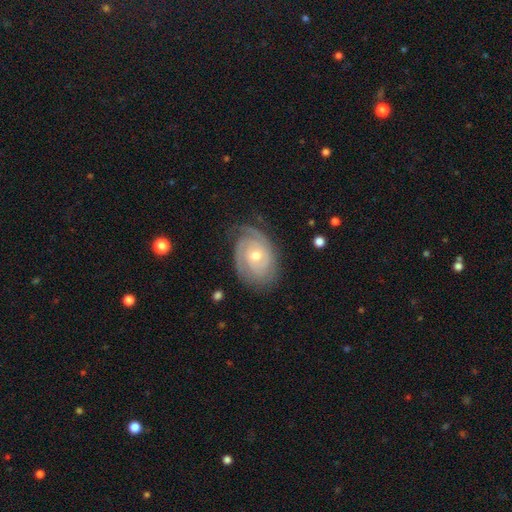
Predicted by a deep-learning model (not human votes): Smooth or featured? Predicted: featured or disk (p=0.87). Edge-on disk? Predicted: no (p=0.97). Bar? Predicted: no (p=0.71). Spiral arms? Predicted: yes (p=0.96). Spiral winding? Predicted: tight (p=0.74). Spiral arm count? Predicted: 2 (p=0.40). Bulge size? Predicted: moderate (p=0.59). Merging? Predicted: none (p=0.75).